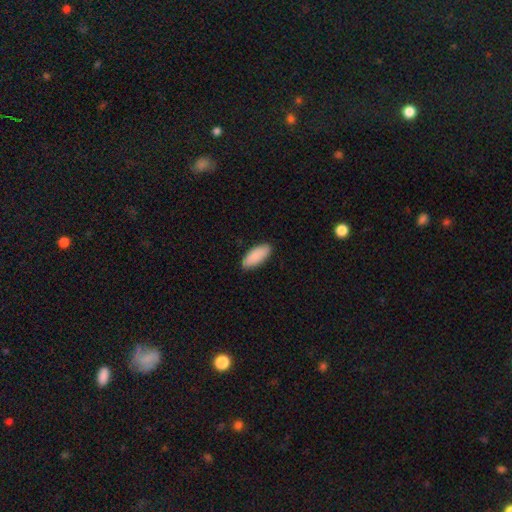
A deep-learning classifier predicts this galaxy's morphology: smooth-or-featured: smooth: 90% | star or artifact: 5% | featured or disk: 5%
  how-rounded: in between: 84% | cigar-shaped: 14% | round: 2%
  merging: none: 87% | minor disturbance: 10% | major disturbance: 2% | merger: 1%